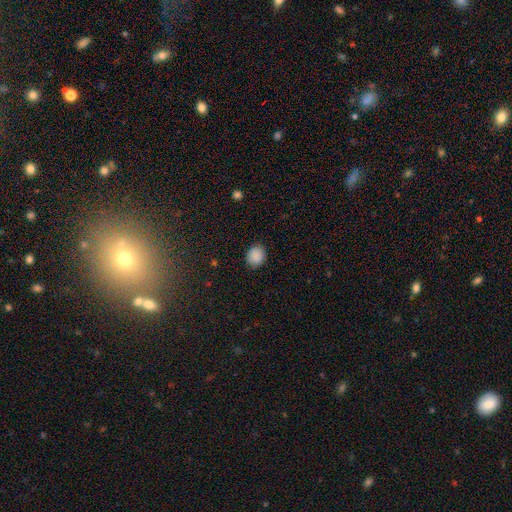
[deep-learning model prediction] Overall: smooth (88%). How rounded: round (64%; in between 35%). Merging: none (86%).